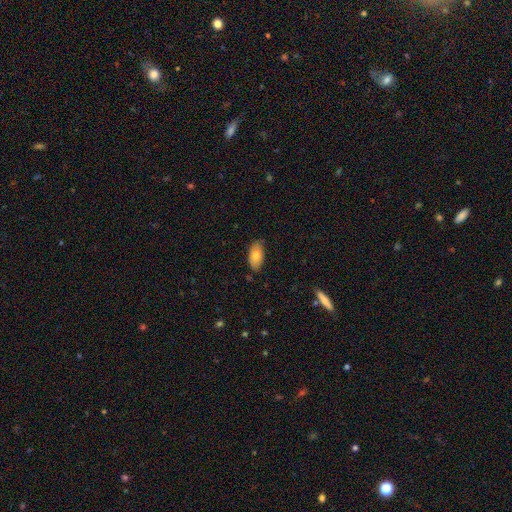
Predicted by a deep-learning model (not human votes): Smooth or featured?
  - smooth: 76% *
  - featured or disk: 17%
  - star or artifact: 7%
How rounded?
  - in between: 93% *
  - cigar-shaped: 4%
  - round: 3%
Merging?
  - none: 80% *
  - minor disturbance: 17%
  - major disturbance: 2%
  - merger: 1%